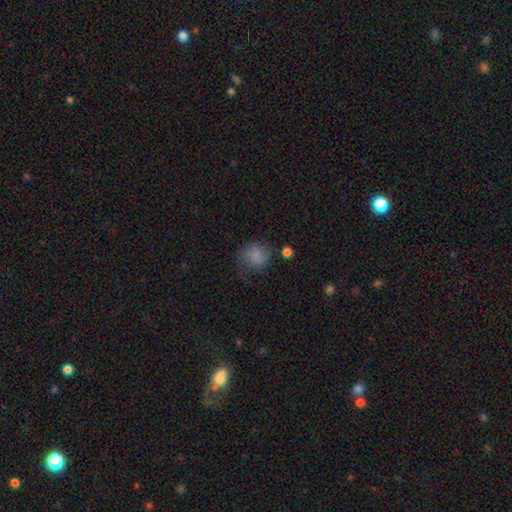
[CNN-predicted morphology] smooth 77%, featured or disk 13%, star or artifact 10%. Down the decision tree: how rounded — round (80%); merging — none (62%).